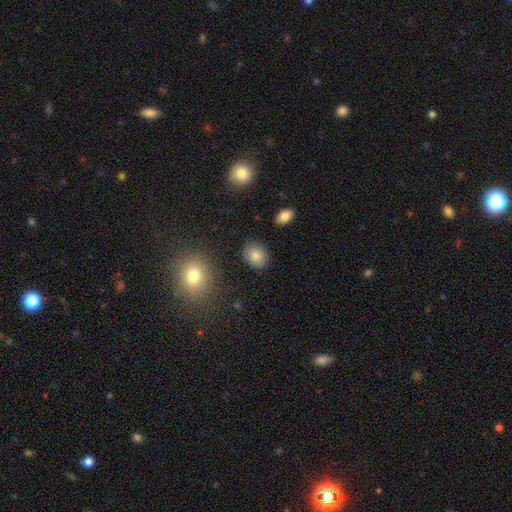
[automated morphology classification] Smooth or featured: smooth — 84% (star or artifact — 9%)
How rounded: in between — 56% (round — 43%)
Merging: none — 85% (minor disturbance — 10%)